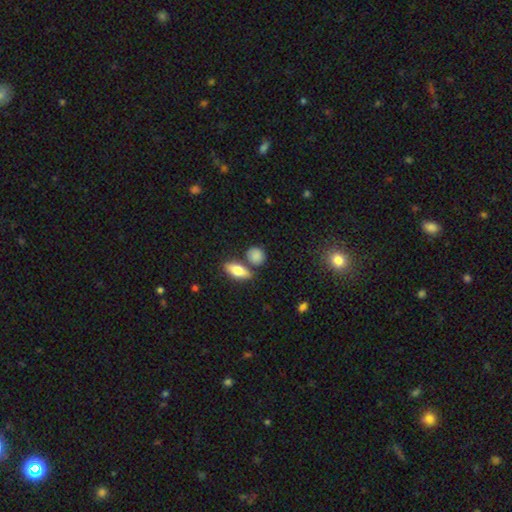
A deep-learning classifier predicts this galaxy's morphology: smooth-or-featured: smooth: 82% | star or artifact: 10% | featured or disk: 9%
  how-rounded: round: 63% | in between: 32% | cigar-shaped: 5%
  merging: none: 68% | minor disturbance: 15% | merger: 12% | major disturbance: 4%